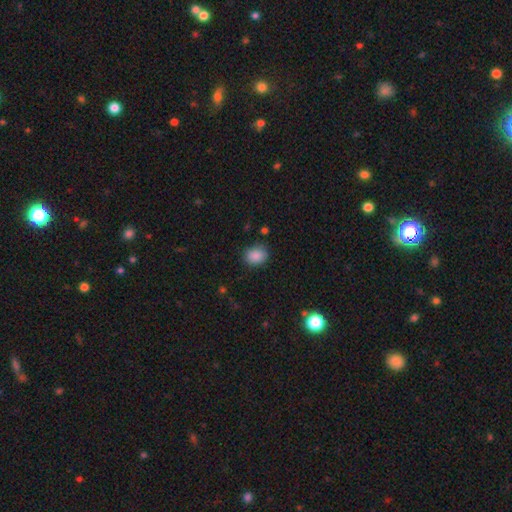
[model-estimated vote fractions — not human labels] Morphology: type=smooth (88%); roundness=in between (52%); merging=none (82%).